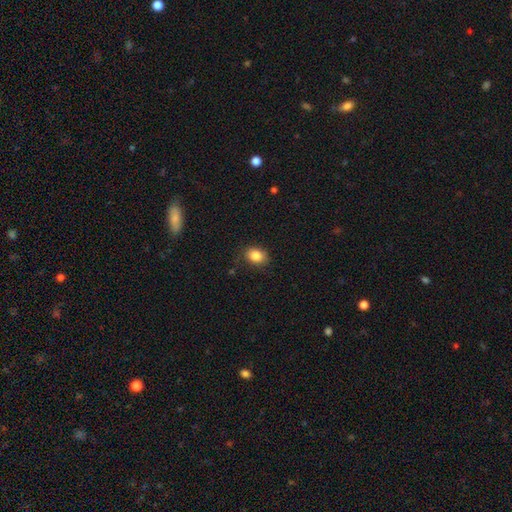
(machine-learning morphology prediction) Smooth or featured: smooth — 85% (star or artifact — 9%)
How rounded: in between — 59% (round — 40%)
Merging: none — 83% (minor disturbance — 13%)